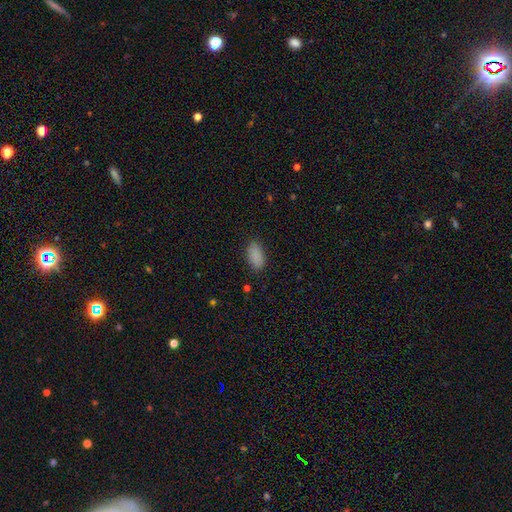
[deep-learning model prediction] Smooth or featured: smooth — 88% (star or artifact — 8%)
How rounded: in between — 92% (cigar-shaped — 5%)
Merging: none — 87% (minor disturbance — 10%)